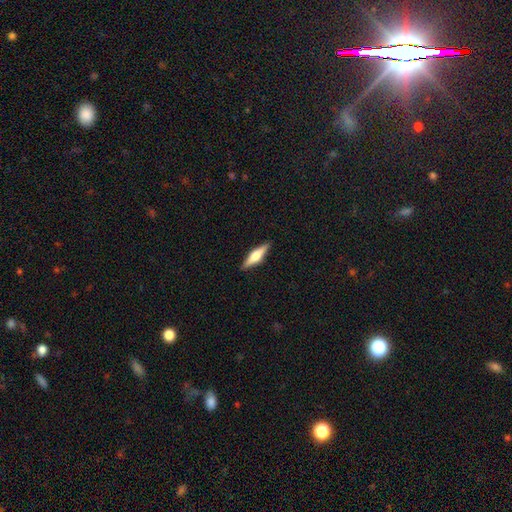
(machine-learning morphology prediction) smooth-or-featured: featured or disk: 58% | smooth: 36% | star or artifact: 6%
  disk-edge-on: yes: 96% | no: 4%
    edge-on-bulge: rounded: 90% | boxy: 7% | none: 3%
  merging: none: 90% | minor disturbance: 7% | major disturbance: 2% | merger: 1%